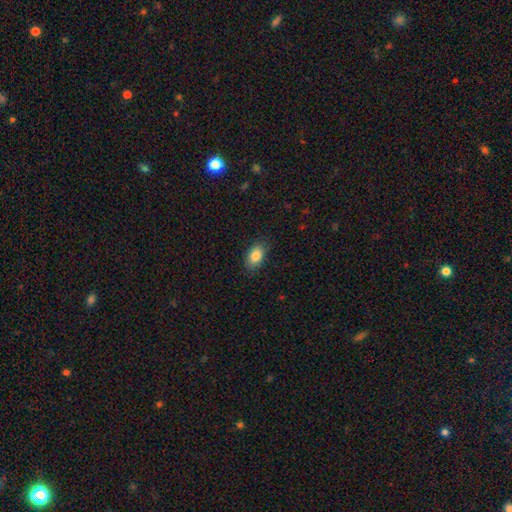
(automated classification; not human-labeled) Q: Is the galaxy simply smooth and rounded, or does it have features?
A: smooth — 85%.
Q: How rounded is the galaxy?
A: in between — 89%.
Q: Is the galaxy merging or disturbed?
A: none — 85%.